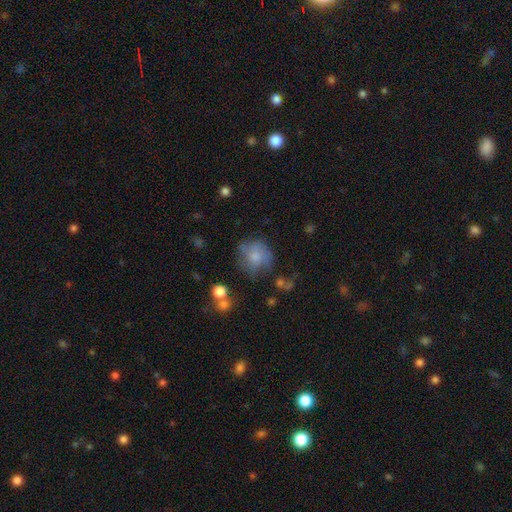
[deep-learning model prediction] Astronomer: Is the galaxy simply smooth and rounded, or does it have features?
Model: smooth — 68%.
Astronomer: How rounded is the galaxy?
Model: round — 82%.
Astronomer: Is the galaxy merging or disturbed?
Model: none — 54%.